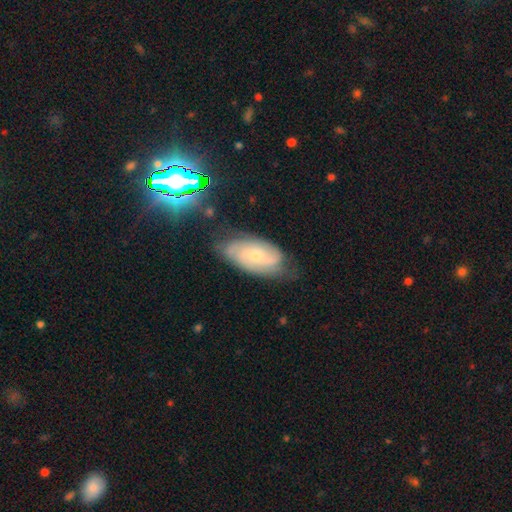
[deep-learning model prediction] Overall: featured or disk (69%). Edge-on disk: no (94%). Bar: no (71%). Spiral arms: yes (91%). Spiral arm count: 2 (38%; can't tell 35%). Spiral winding: tight (51%; medium 37%). Bulge size: small (57%; moderate 39%). Merging: none (64%; minor disturbance 27%).